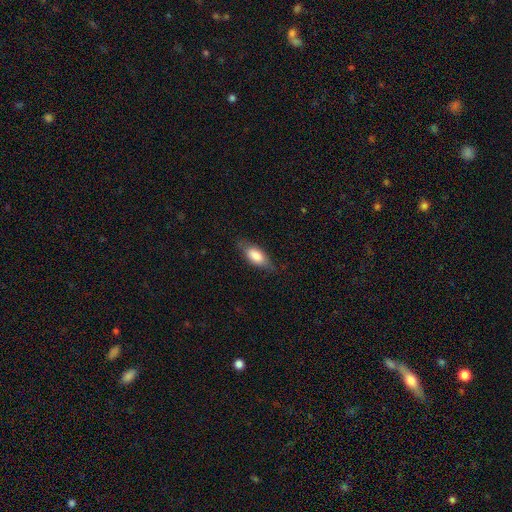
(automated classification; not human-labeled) Smooth or featured? smooth (75%)
How rounded? in between (79%)
Merging? none (73%)